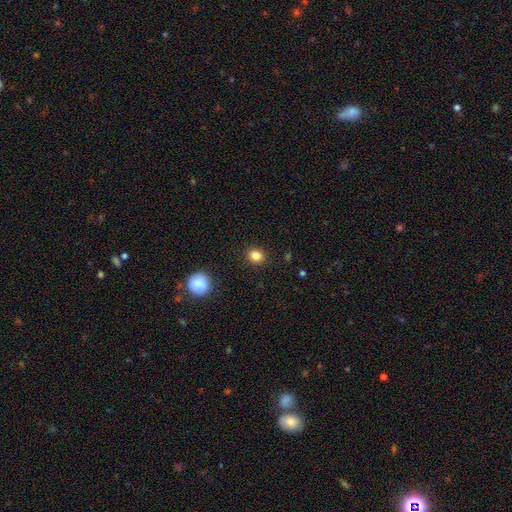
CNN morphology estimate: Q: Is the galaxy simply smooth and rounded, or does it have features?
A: smooth — 83%.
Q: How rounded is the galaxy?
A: round — 81%.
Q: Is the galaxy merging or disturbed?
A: none — 90%.